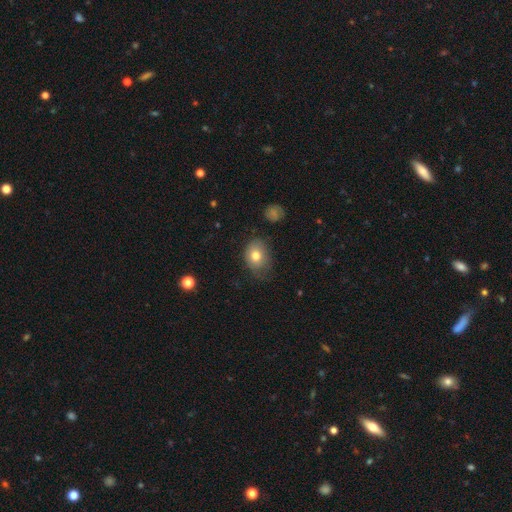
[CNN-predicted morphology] smooth-or-featured: smooth: 76% | featured or disk: 14% | star or artifact: 10%
  how-rounded: in between: 52% | round: 47% | cigar-shaped: 1%
  merging: none: 60% | minor disturbance: 28% | major disturbance: 10% | merger: 2%